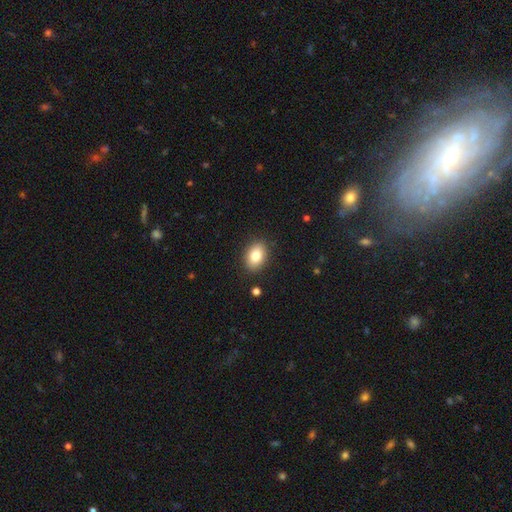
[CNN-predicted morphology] This appears to be a smooth galaxy with no disk features (83%) that is in between round and cigar-shaped (81%). Merging: none (88%).